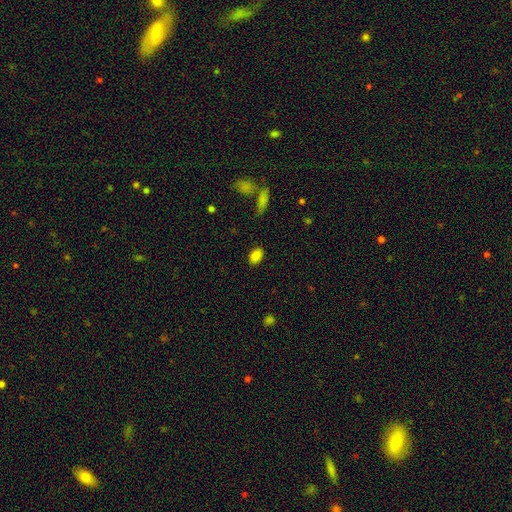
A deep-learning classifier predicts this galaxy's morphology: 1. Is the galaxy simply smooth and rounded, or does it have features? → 86% smooth, 9% star or artifact, 5% featured or disk.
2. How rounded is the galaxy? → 87% in between, 12% round, 1% cigar-shaped.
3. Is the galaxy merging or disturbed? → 87% none, 9% minor disturbance, 3% major disturbance, 2% merger.